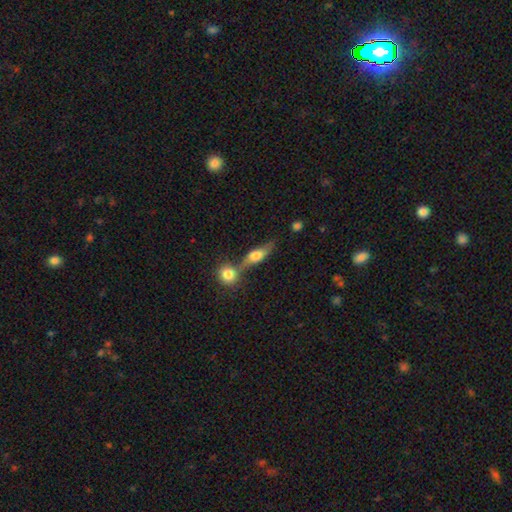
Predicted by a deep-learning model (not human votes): Overall: smooth (52%; featured or disk 40%). How rounded: in between (50%; cigar-shaped 38%). Merging: none (46%; merger 36%).